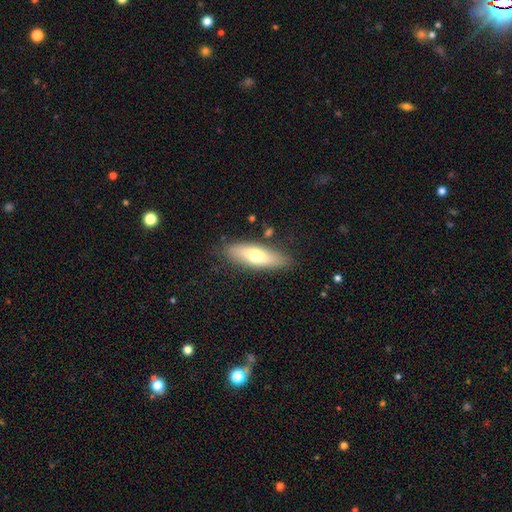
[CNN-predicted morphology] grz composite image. It shows a smooth galaxy with no disk features (63%) that is in between round and cigar-shaped (49%). Merging: none (83%).